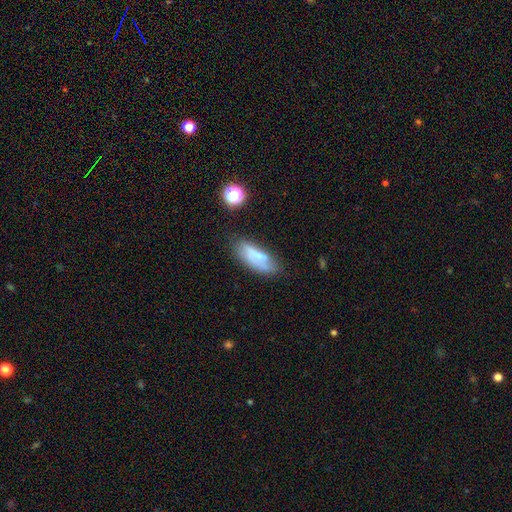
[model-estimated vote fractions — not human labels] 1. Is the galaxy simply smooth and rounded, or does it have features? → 57% smooth, 33% featured or disk, 10% star or artifact.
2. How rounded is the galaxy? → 69% in between, 28% cigar-shaped, 3% round.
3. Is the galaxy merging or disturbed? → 64% none, 23% minor disturbance, 7% major disturbance, 5% merger.